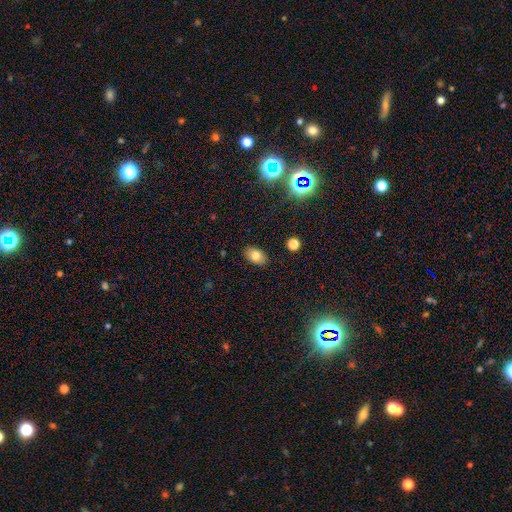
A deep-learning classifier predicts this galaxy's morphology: This appears to be a smooth galaxy with no disk features (79%) that is in between round and cigar-shaped (89%). Merging: none (88%).